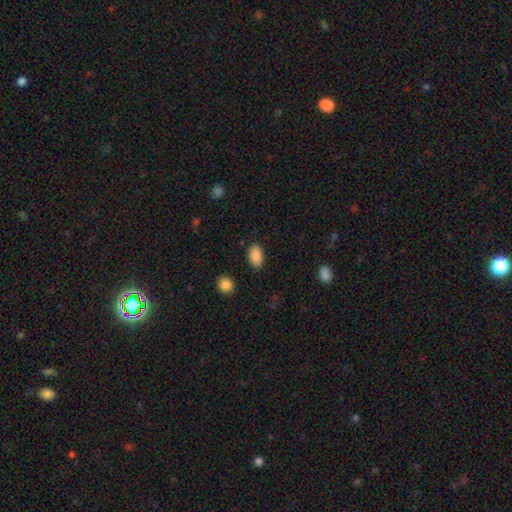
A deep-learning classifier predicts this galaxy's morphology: A smooth galaxy with no disk features (88%) that is in between round and cigar-shaped (91%). Merging: none (86%).